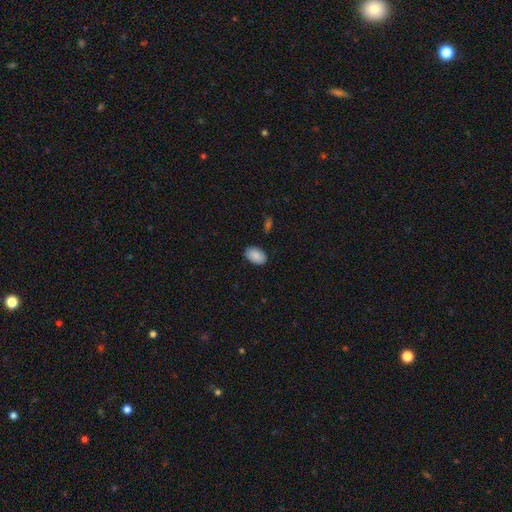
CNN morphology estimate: Overall: smooth (87%). How rounded: in between (92%). Merging: none (87%).